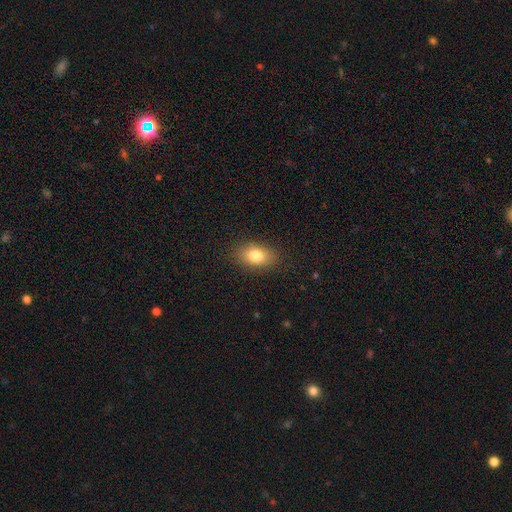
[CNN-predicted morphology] smooth_or_featured: smooth (p=0.79) [alt: featured or disk p=0.11]
how_rounded: in between (p=0.85) [alt: round p=0.13]
merging: none (p=0.86) [alt: minor disturbance p=0.10]